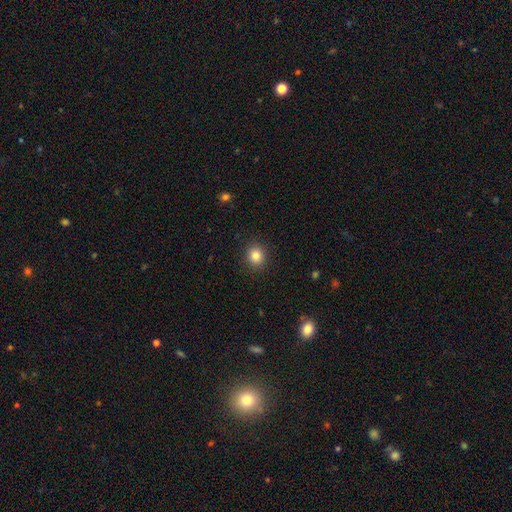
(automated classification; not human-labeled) smooth-or-featured: smooth: 83% | star or artifact: 11% | featured or disk: 5%
  how-rounded: round: 85% | in between: 14% | cigar-shaped: 1%
  merging: none: 91% | minor disturbance: 6% | major disturbance: 2% | merger: 1%